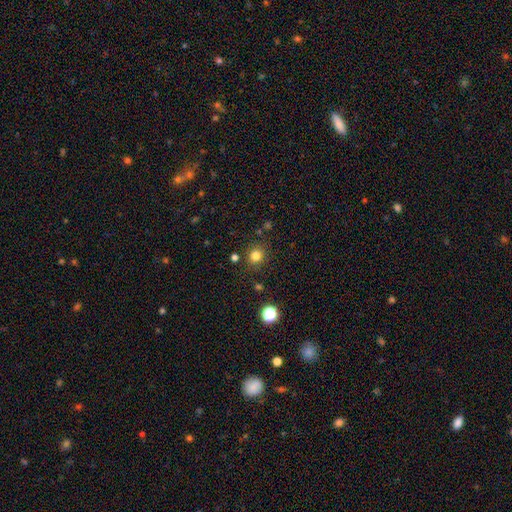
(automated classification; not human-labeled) This appears to be a smooth galaxy with no disk features (80%) that is round (86%). Merging: none (85%).